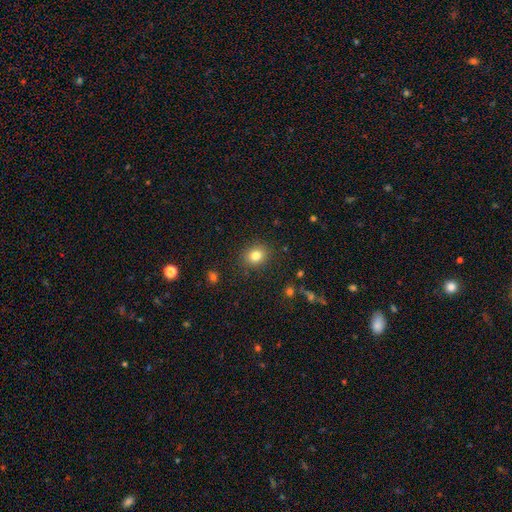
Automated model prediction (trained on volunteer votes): Smooth or featured?
  - smooth: 81% *
  - star or artifact: 12%
  - featured or disk: 7%
How rounded?
  - round: 66% *
  - in between: 33%
  - cigar-shaped: 1%
Merging?
  - none: 87% *
  - minor disturbance: 9%
  - major disturbance: 3%
  - merger: 1%